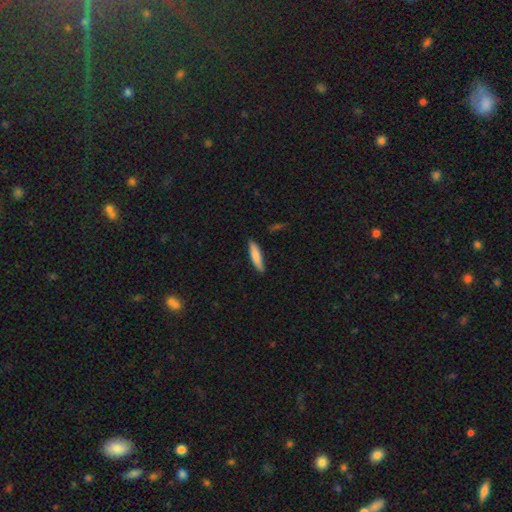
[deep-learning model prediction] Smooth or featured?
  - smooth: 78% *
  - featured or disk: 16%
  - star or artifact: 6%
How rounded?
  - cigar-shaped: 83% *
  - in between: 16%
  - round: 1%
Merging?
  - none: 85% *
  - minor disturbance: 12%
  - major disturbance: 2%
  - merger: 1%